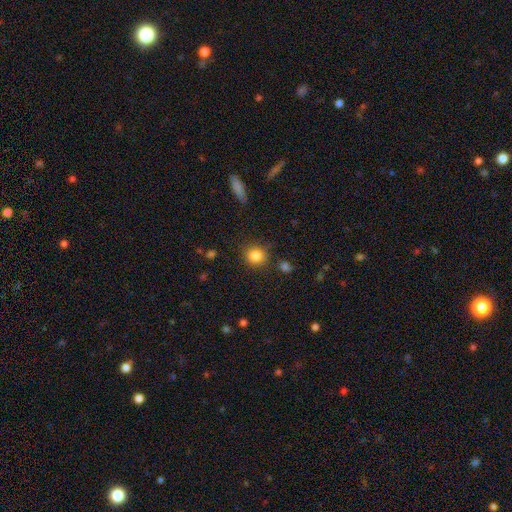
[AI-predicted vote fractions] Smooth or featured?
  - smooth: 84% *
  - star or artifact: 10%
  - featured or disk: 5%
How rounded?
  - round: 84% *
  - in between: 15%
  - cigar-shaped: 1%
Merging?
  - none: 83% *
  - minor disturbance: 11%
  - major disturbance: 4%
  - merger: 3%